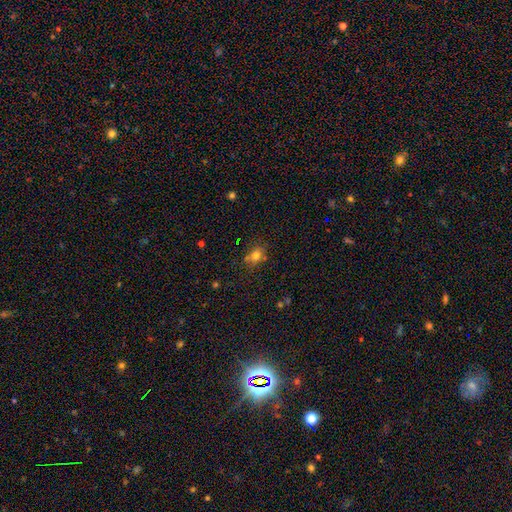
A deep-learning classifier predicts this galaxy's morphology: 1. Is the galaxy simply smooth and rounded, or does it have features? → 72% smooth, 17% star or artifact, 10% featured or disk.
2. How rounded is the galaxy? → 54% round, 44% in between, 2% cigar-shaped.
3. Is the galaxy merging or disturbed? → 63% none, 20% minor disturbance, 11% merger, 7% major disturbance.